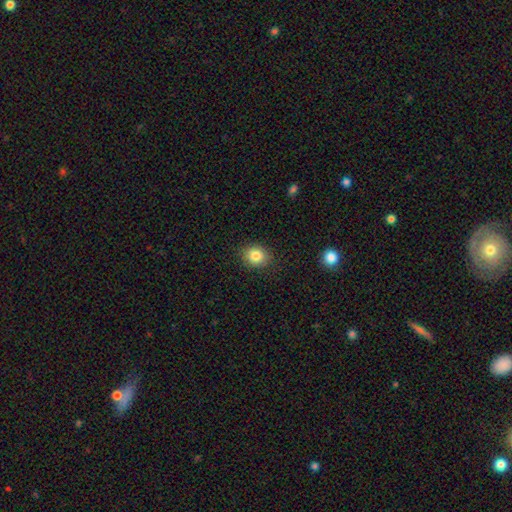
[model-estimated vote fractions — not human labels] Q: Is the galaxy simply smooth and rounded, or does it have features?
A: smooth — 84%.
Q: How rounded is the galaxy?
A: round — 70%.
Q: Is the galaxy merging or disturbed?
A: none — 89%.